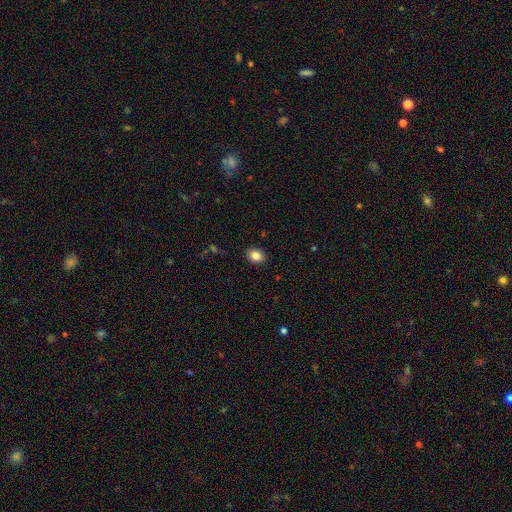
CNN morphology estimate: Smooth or featured? Predicted: smooth (p=0.84). How rounded? Predicted: in between (p=0.53). Merging? Predicted: none (p=0.90).